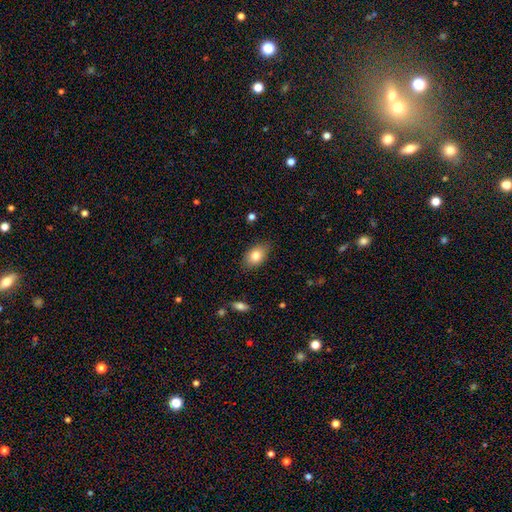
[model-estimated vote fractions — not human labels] smooth_or_featured: smooth (p=0.82) [alt: featured or disk p=0.10]
how_rounded: in between (p=0.83) [alt: round p=0.15]
merging: none (p=0.83) [alt: minor disturbance p=0.13]